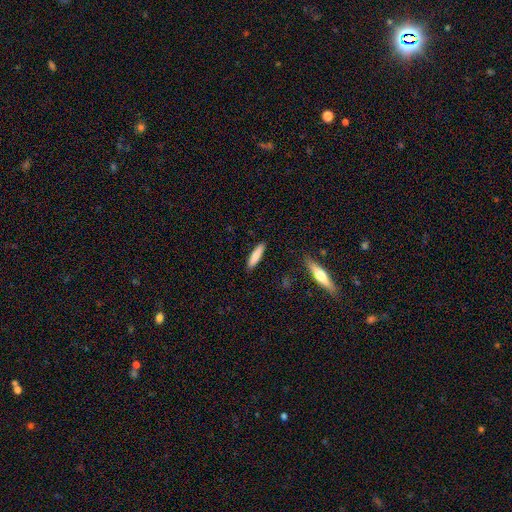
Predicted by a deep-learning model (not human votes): Overall: smooth (81%). How rounded: cigar-shaped (75%). Merging: none (88%).